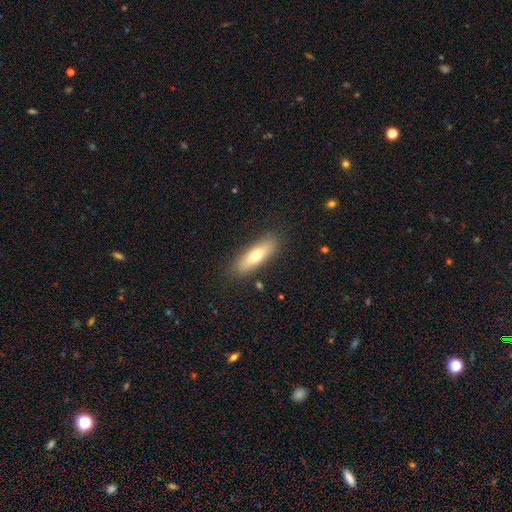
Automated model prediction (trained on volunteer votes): The model was most divided on "how rounded": in between: 50%, cigar-shaped: 47%, round: 2%. More confident: merging — none (86%); smooth or featured — smooth (67%).